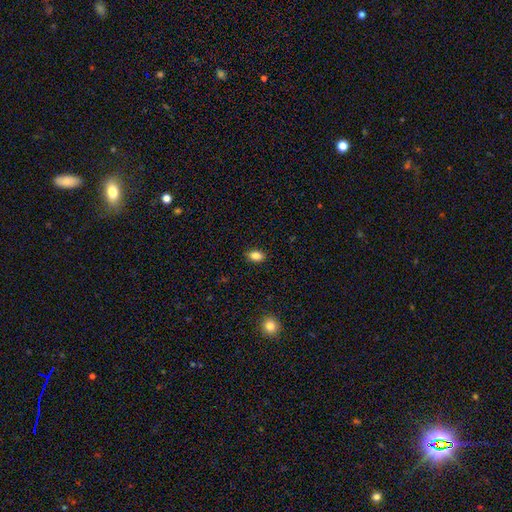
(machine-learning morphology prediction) A smooth galaxy with no disk features (85%) that is in between round and cigar-shaped (84%). Merging: none (88%).